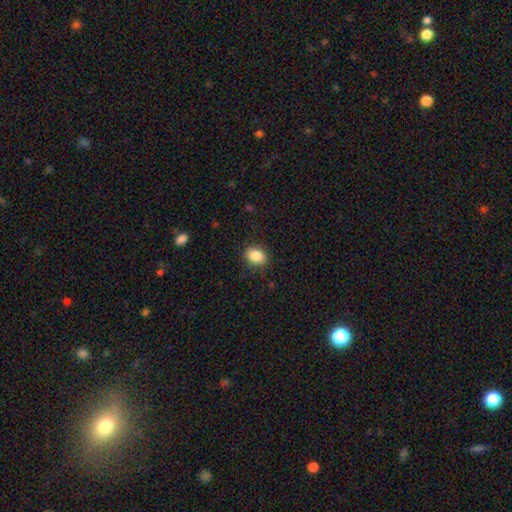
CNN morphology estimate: Smooth or featured? smooth (86%)
How rounded? in between (57%)
Merging? none (86%)